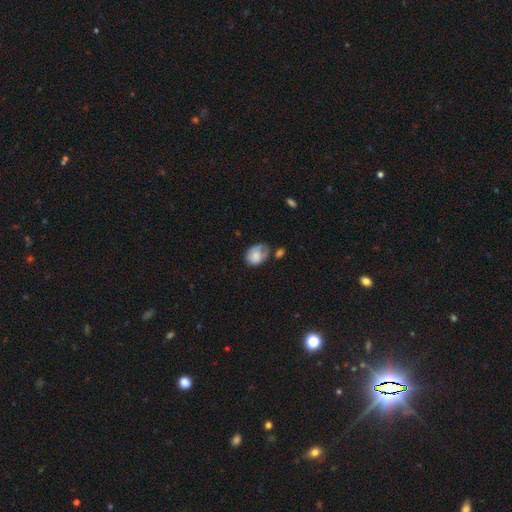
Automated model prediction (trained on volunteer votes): Smooth or featured?
  - smooth: 74% *
  - featured or disk: 19%
  - star or artifact: 8%
How rounded?
  - in between: 66% *
  - round: 33%
  - cigar-shaped: 1%
Merging?
  - none: 34% * (tied)
  - minor disturbance: 34% * (tied)
  - major disturbance: 18%
  - merger: 14%